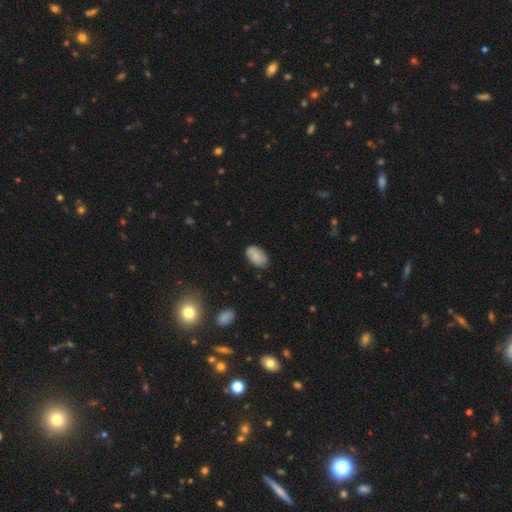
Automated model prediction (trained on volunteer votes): Overall: smooth (71%). How rounded: in between (91%). Merging: none (75%).